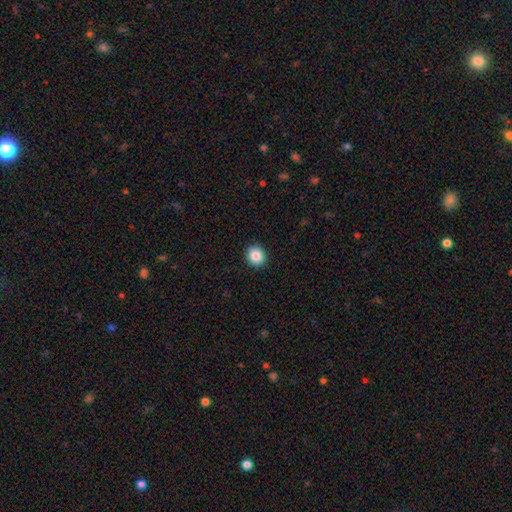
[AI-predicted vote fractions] Smooth or featured? smooth (87%)
How rounded? round (74%)
Merging? none (91%)